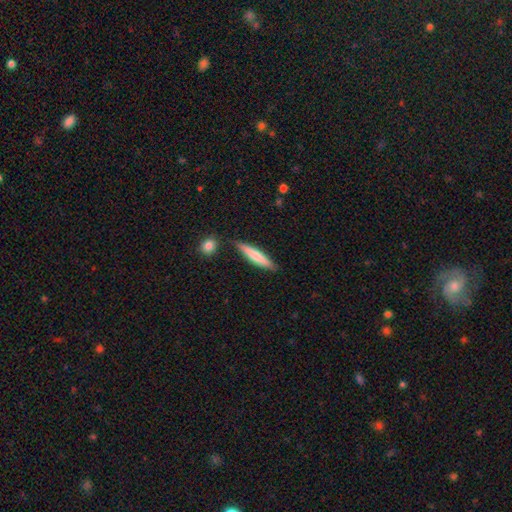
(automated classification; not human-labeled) smooth-or-featured: smooth: 70% | featured or disk: 24% | star or artifact: 5%
  how-rounded: cigar-shaped: 90% | in between: 9% | round: 1%
  merging: none: 84% | minor disturbance: 11% | merger: 4% | major disturbance: 2%